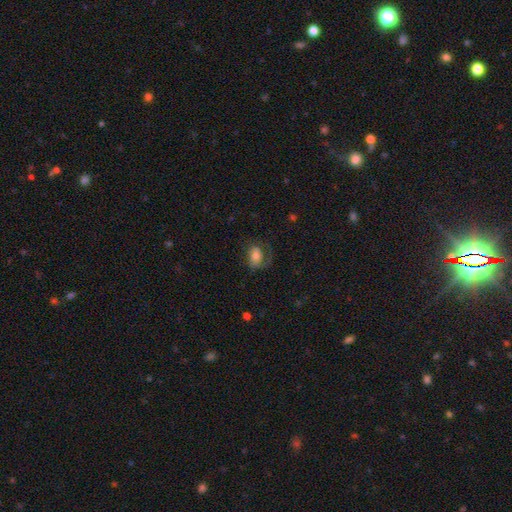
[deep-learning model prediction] Smooth or featured? smooth (50%)
Merging? none (48%)